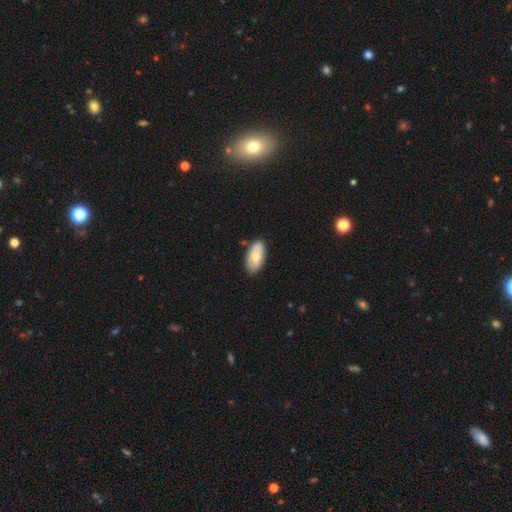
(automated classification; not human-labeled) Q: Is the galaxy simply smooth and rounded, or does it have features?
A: smooth — 70%.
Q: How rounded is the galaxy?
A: in between — 94%.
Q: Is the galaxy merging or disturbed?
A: none — 84%.